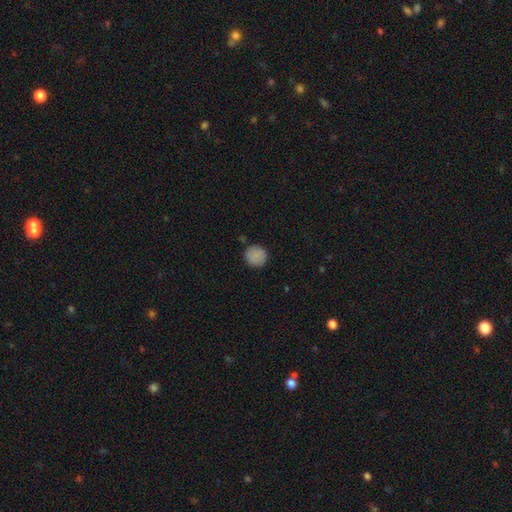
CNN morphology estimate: Q: Smooth or featured?
A: smooth (87%); runner-up: star or artifact (9%)
Q: How rounded?
A: round (93%); runner-up: in between (6%)
Q: Merging?
A: none (89%); runner-up: minor disturbance (8%)